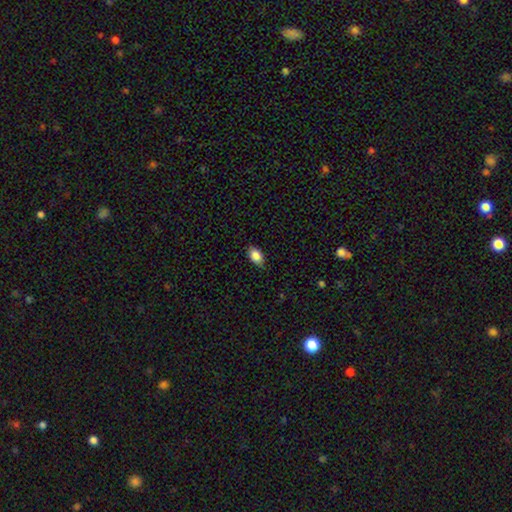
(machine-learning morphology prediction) type=smooth (87%); roundness=in between (89%); merging=none (85%).